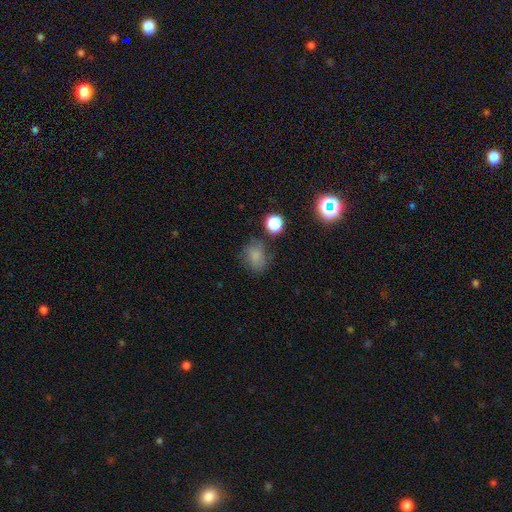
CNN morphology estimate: smooth-or-featured: smooth: 75% | star or artifact: 15% | featured or disk: 10%
  how-rounded: round: 55% | in between: 44% | cigar-shaped: 1%
  merging: none: 65% | minor disturbance: 22% | major disturbance: 8% | merger: 5%